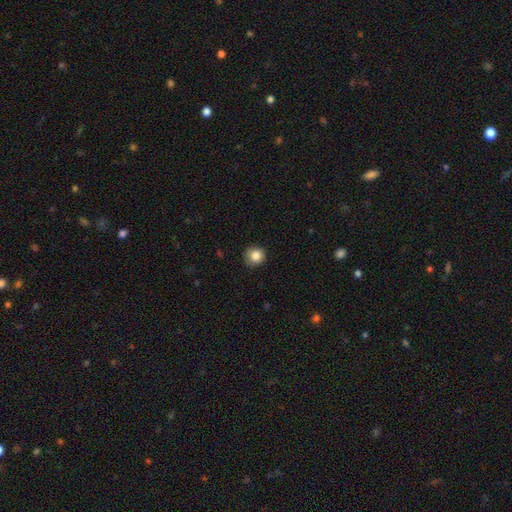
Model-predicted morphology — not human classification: Smooth or featured? Predicted: smooth (p=0.84). How rounded? Predicted: round (p=0.89). Merging? Predicted: none (p=0.80).